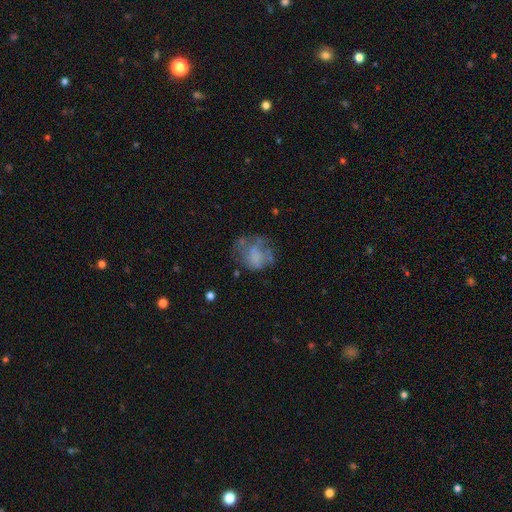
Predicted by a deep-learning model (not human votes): This appears to be a smooth galaxy with no disk features (49%). Merging: none (44%).